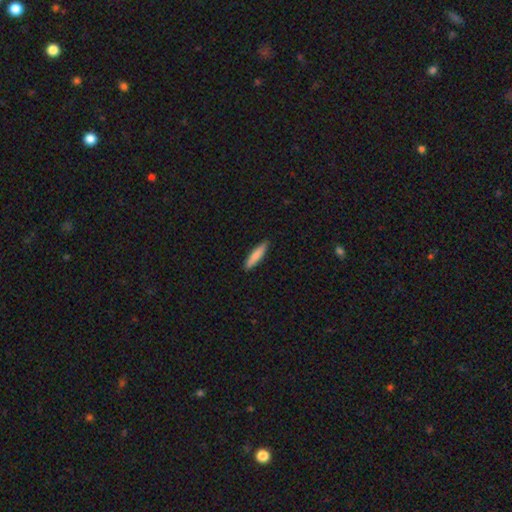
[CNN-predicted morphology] Smooth or featured? smooth (84%)
How rounded? cigar-shaped (84%)
Merging? none (90%)